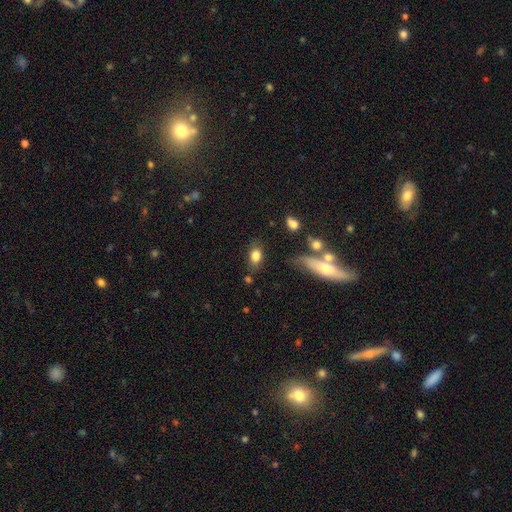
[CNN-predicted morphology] Smooth or featured: smooth — 81% (featured or disk — 10%)
How rounded: in between — 81% (round — 16%)
Merging: none — 72% (minor disturbance — 16%)